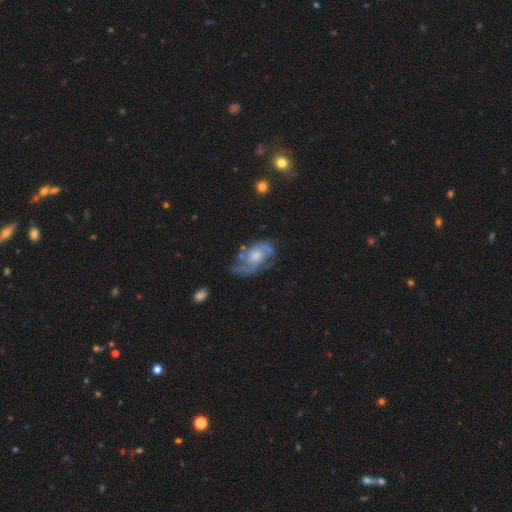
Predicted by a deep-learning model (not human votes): featured or disk 79%, smooth 15%, star or artifact 6%. Down the decision tree: edge-on disk — no (96%); bar — no (74%); spiral arms — yes (89%); spiral arm count — 2 (60%); spiral winding — medium (46%); bulge size — moderate (49%); merging — none (52%).